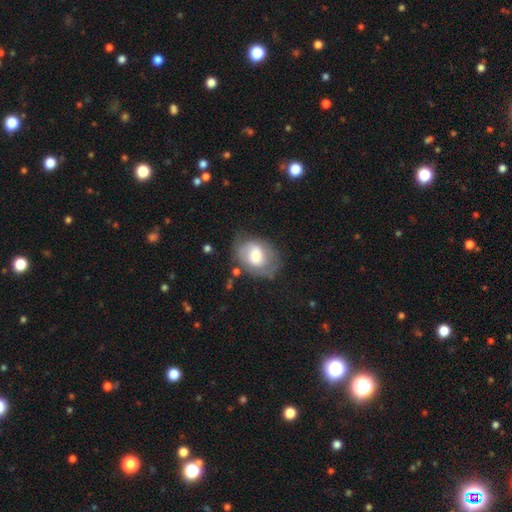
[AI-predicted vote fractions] Q: Smooth or featured?
A: smooth (48%); runner-up: featured or disk (45%)
Q: Merging?
A: none (59%); runner-up: minor disturbance (25%)